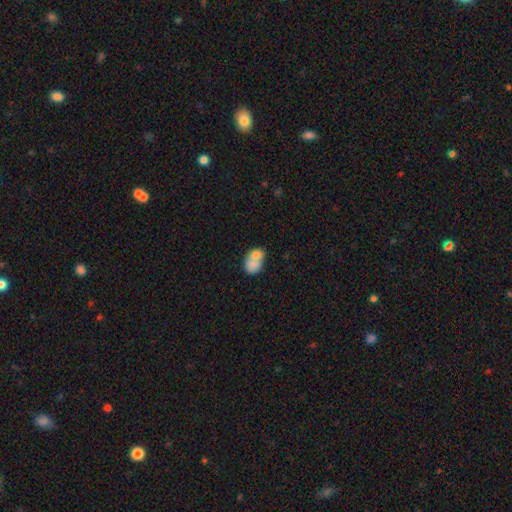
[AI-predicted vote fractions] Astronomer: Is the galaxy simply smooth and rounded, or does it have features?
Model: smooth — 73%.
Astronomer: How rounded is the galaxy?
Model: in between — 60% (runner-up: round, 39%).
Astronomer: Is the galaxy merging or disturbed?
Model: merger — 66%.